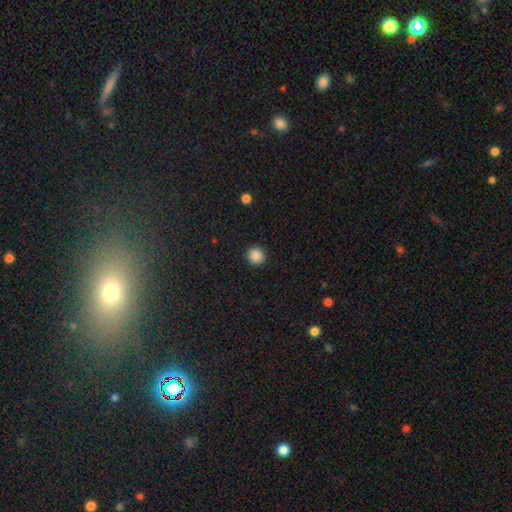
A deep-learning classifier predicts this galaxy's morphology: type=smooth (87%); roundness=round (94%); merging=none (93%).